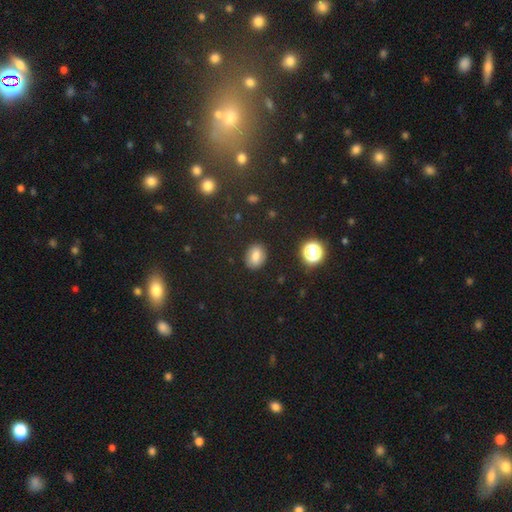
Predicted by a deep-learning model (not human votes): smooth_or_featured: smooth (p=0.75) [alt: star or artifact p=0.13]
how_rounded: in between (p=0.62) [alt: round p=0.37]
merging: none (p=0.86) [alt: minor disturbance p=0.10]